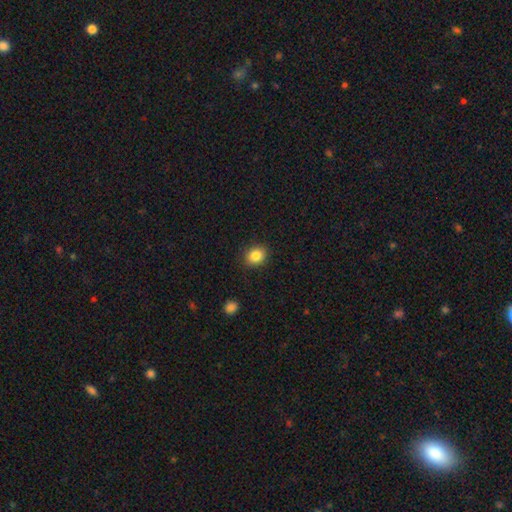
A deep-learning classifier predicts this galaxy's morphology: smooth 85%, star or artifact 10%, featured or disk 5%. Down the decision tree: how rounded — round (61%); merging — none (88%).